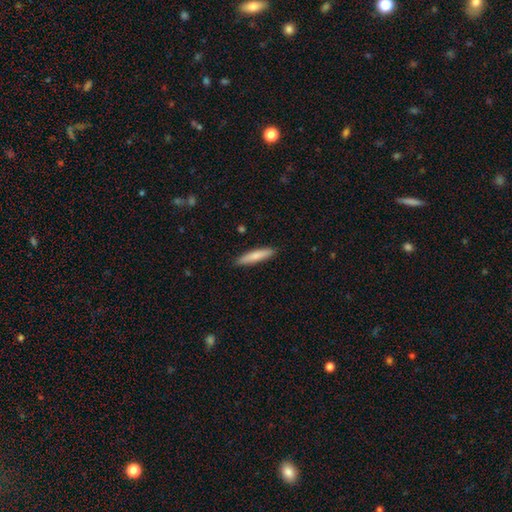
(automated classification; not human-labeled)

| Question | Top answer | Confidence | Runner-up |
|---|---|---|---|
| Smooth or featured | smooth | 79% | featured or disk (15%) |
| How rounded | cigar-shaped | 85% | in between (14%) |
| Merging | none | 89% | minor disturbance (8%) |